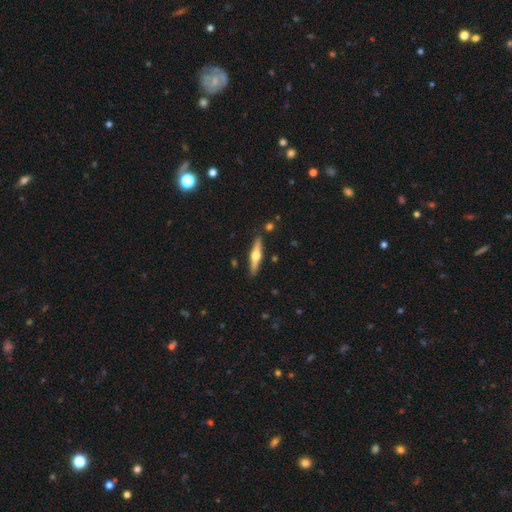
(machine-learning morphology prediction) This is likely a featured or disk galaxy (66%). It is clearly viewed edge-on (96%). Edge-on bulge: clearly rounded (95%). Merging: clearly none (88%).